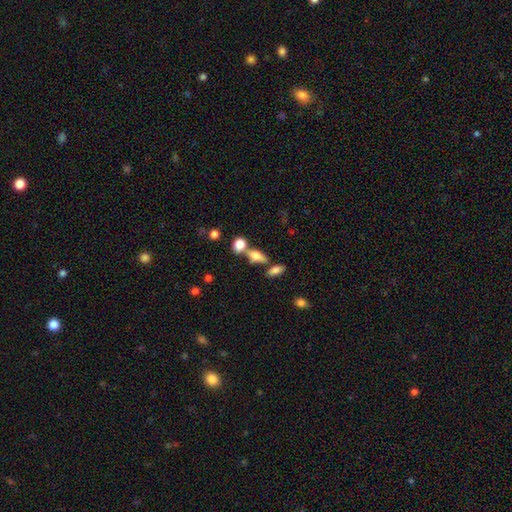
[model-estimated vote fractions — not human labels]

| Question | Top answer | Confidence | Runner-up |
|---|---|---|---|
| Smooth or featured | smooth | 65% | featured or disk (23%) |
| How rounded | in between | 61% | round (21%) |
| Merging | none | 52% | merger (31%) |